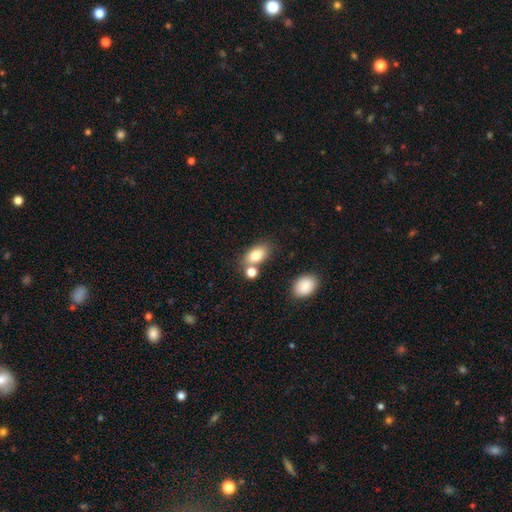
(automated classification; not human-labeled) The model was most divided on "merging": none: 60%, merger: 24%, minor disturbance: 12%, major disturbance: 4%. More confident: how rounded — in between (86%); smooth or featured — smooth (80%).